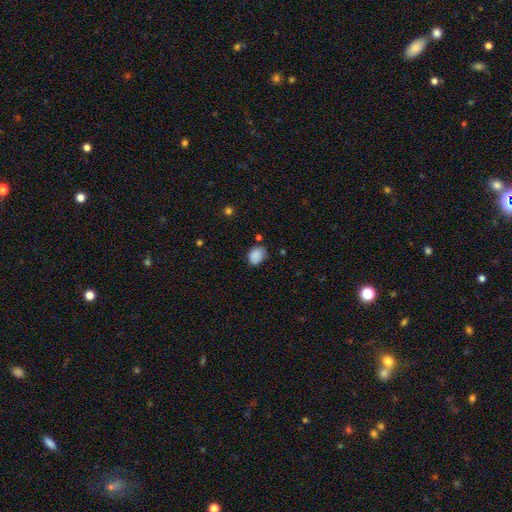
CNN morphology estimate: Overall: smooth (87%). How rounded: in between (52%; round 47%). Merging: none (70%).